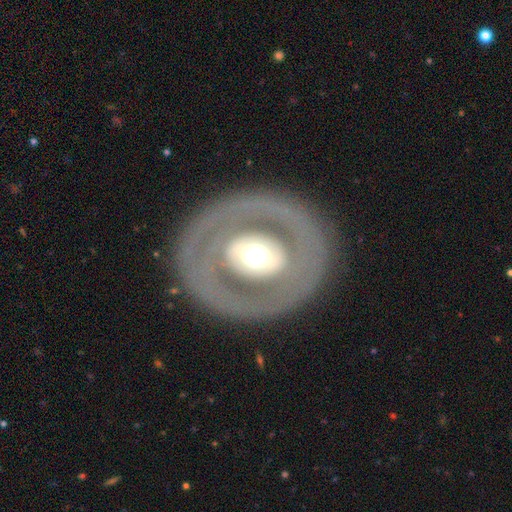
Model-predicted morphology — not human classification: Smooth or featured: featured or disk — 64% (smooth — 30%)
Edge-on disk: no — 93% (yes — 7%)
Bar: no — 78% (weak — 12%)
Spiral arms: no — 80% (yes — 20%)
Bulge size: moderate — 54% (large — 32%)
Merging: none — 81% (major disturbance — 9%)